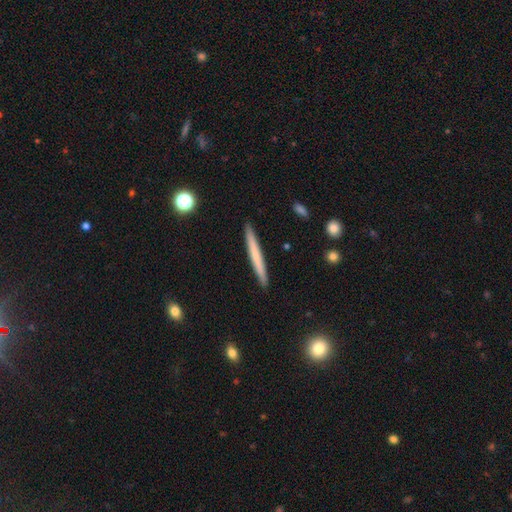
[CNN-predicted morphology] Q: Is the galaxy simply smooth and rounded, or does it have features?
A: smooth — 61%.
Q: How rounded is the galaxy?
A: cigar-shaped — 97%.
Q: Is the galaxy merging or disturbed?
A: none — 92%.